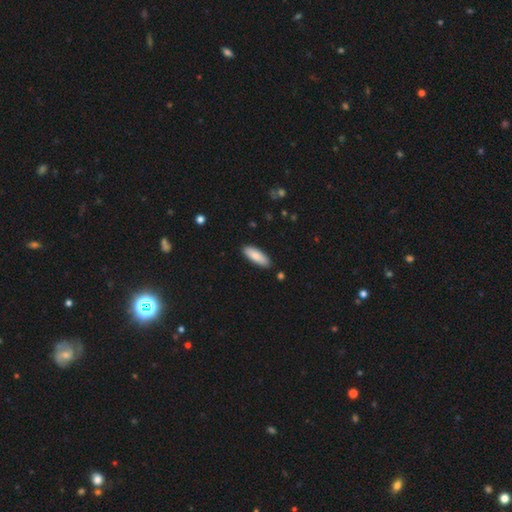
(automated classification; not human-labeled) Smooth or featured? Predicted: smooth (p=0.86). How rounded? Predicted: in between (p=0.59). Merging? Predicted: none (p=0.88).